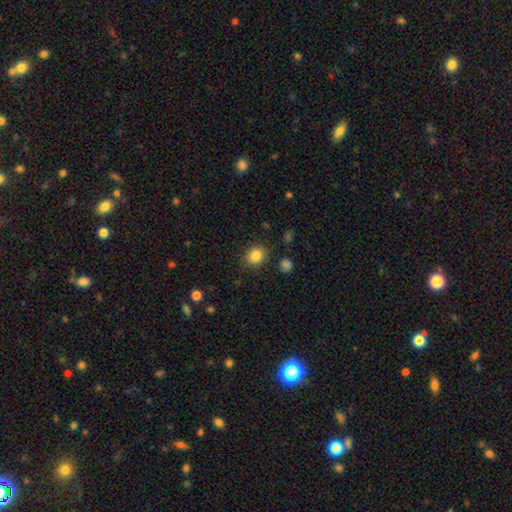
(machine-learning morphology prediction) Smooth or featured? smooth (85%)
How rounded? round (75%)
Merging? none (87%)